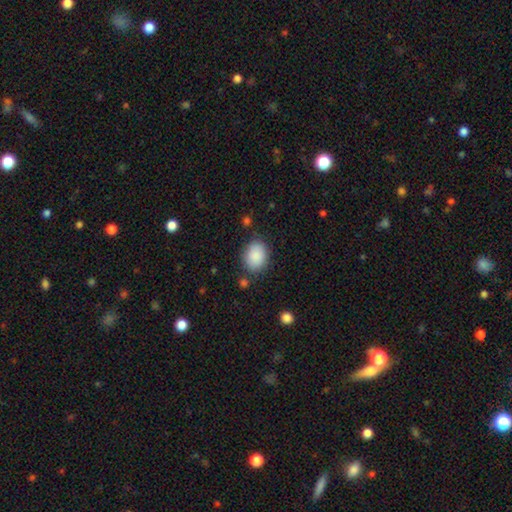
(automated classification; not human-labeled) Overall: smooth (89%). How rounded: in between (64%; round 35%). Merging: none (80%).